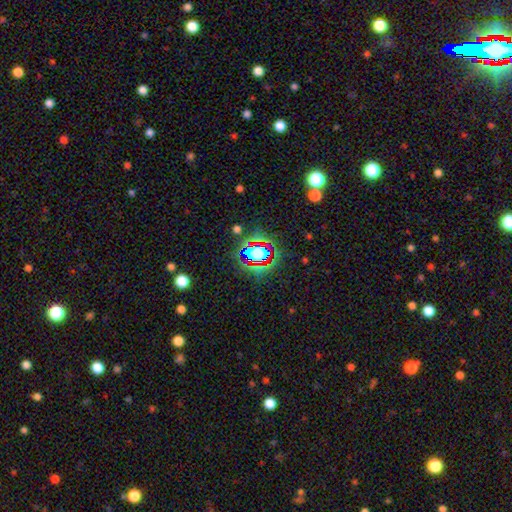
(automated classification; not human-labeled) Q: Smooth or featured?
A: star or artifact (61%); runner-up: smooth (27%)